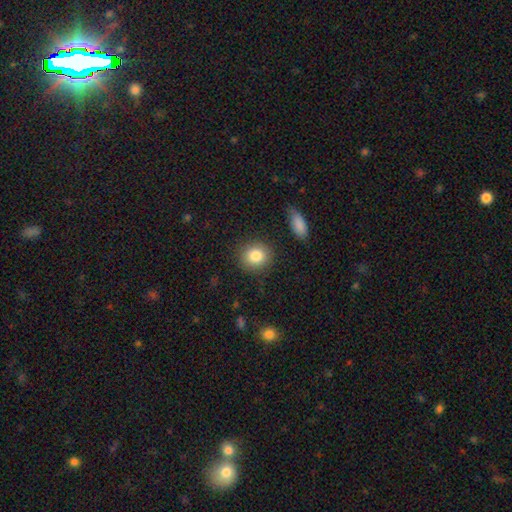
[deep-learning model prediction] smooth-or-featured: smooth: 84% | star or artifact: 8% | featured or disk: 7%
  how-rounded: round: 79% | in between: 20% | cigar-shaped: 1%
  merging: none: 86% | minor disturbance: 9% | major disturbance: 3% | merger: 2%